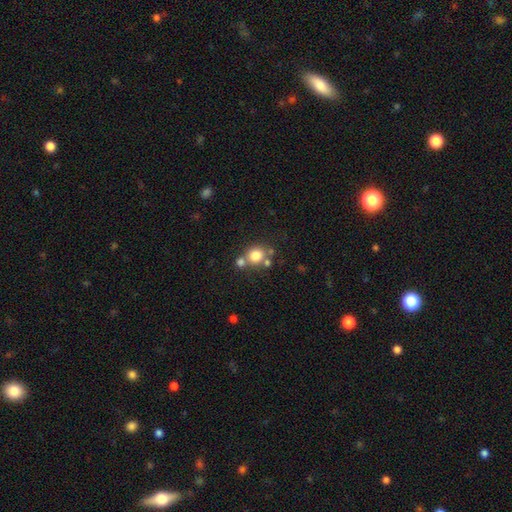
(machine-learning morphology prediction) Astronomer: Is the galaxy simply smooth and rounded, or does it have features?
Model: smooth — 78%.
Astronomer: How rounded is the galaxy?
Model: round — 83%.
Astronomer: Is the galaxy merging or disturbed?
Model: none — 58%.